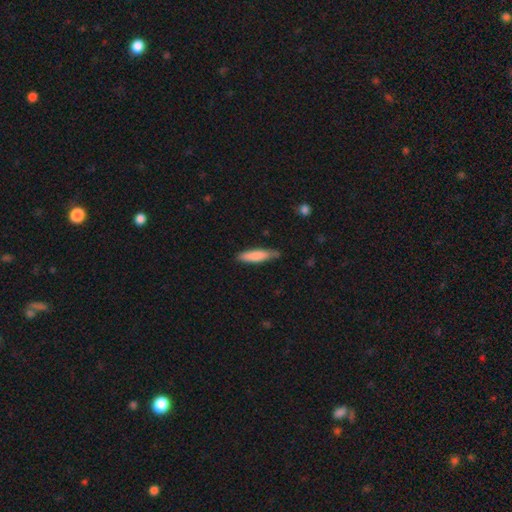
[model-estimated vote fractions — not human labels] Morphology: type=smooth (80%); roundness=cigar-shaped (77%); merging=none (75%).